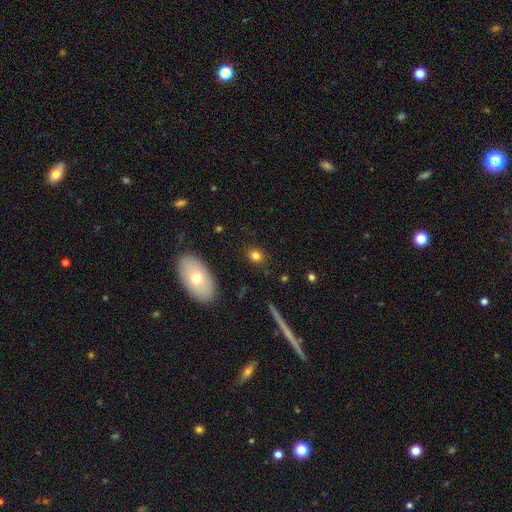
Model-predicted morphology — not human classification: Smooth or featured? Predicted: smooth (p=0.79). How rounded? Predicted: round (p=0.58). Merging? Predicted: none (p=0.86).